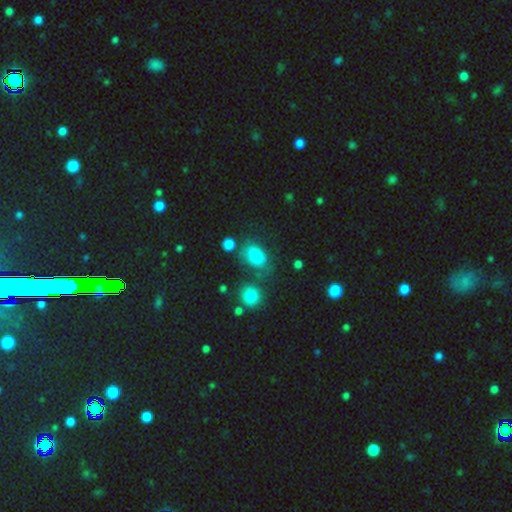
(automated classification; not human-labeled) Overall: smooth (75%). How rounded: in between (71%). Merging: none (55%; minor disturbance 22%).